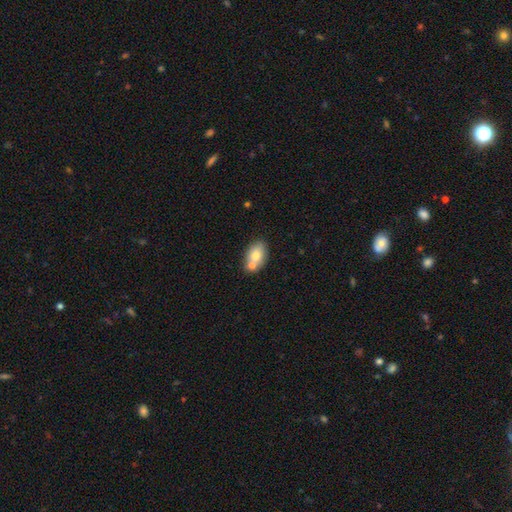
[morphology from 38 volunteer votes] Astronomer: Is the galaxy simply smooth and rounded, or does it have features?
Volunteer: smooth — 79%.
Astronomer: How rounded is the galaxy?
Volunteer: in between — 90%.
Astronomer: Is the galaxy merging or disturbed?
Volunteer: none — 55% (runner-up: merger, 34%).